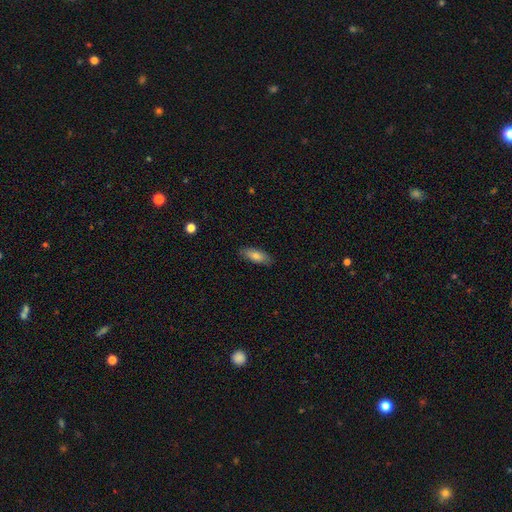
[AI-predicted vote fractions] Smooth or featured? smooth (76%)
How rounded? in between (77%)
Merging? none (85%)